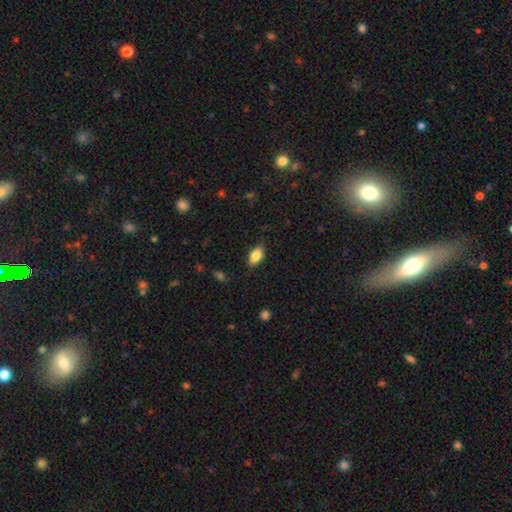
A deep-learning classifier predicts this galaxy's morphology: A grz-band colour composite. It shows a smooth galaxy with no disk features (85%) that is in between round and cigar-shaped (91%). Merging: none (85%).